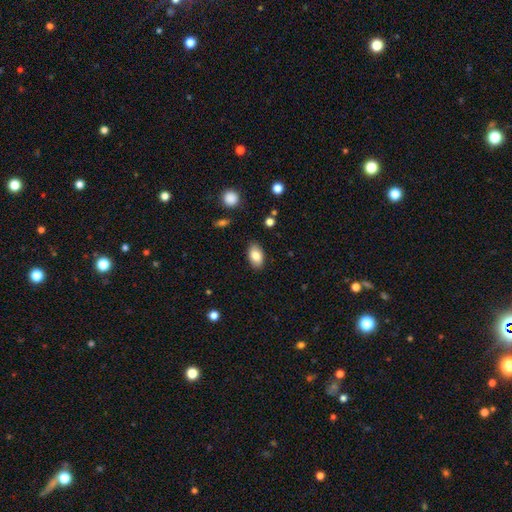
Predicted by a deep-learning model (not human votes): Smooth or featured?
  - smooth: 84% *
  - featured or disk: 9%
  - star or artifact: 7%
How rounded?
  - in between: 92% *
  - round: 6%
  - cigar-shaped: 2%
Merging?
  - none: 86% *
  - minor disturbance: 10%
  - major disturbance: 2%
  - merger: 1%